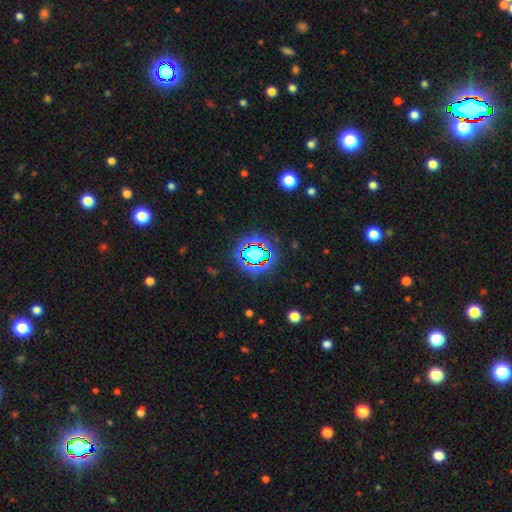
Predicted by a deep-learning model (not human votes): Morphology: type=star or artifact (77%).